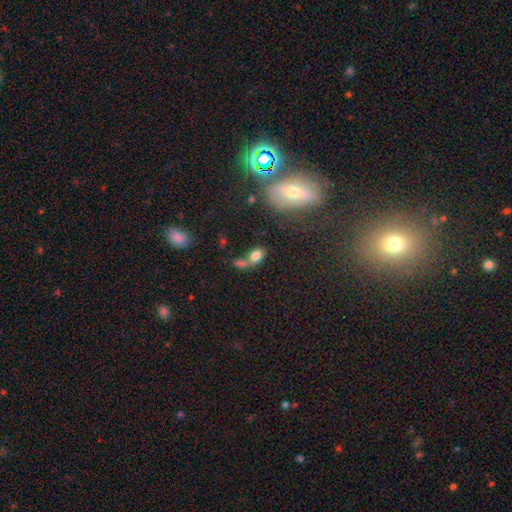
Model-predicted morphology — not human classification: Overall: smooth (77%). How rounded: in between (83%). Merging: merger (44%; none 38%).